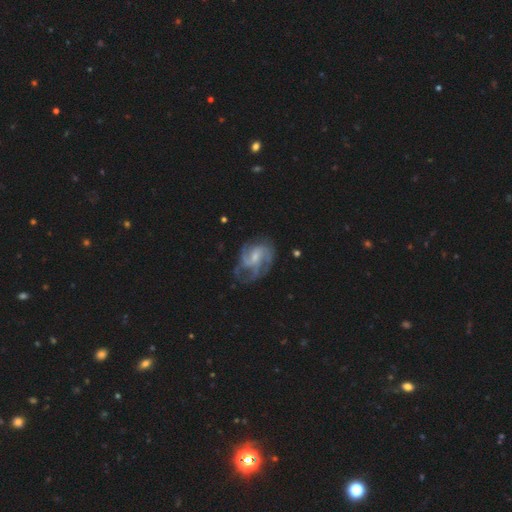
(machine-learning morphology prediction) The model was most divided on "spiral arm count": 3: 32%, 2: 30%, can't tell: 21%, 4: 8%, 1: 5%, more than 4: 4%. Remaining: edge-on disk — no (97%); spiral arms — yes (94%); smooth or featured — featured or disk (81%); merging — none (59%); spiral winding — medium (49%); bulge size — small (48%); bar — weak (48%).